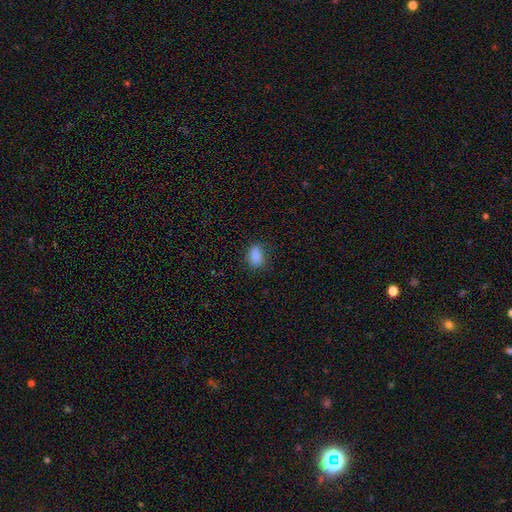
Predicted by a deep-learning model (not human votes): This appears to be a smooth galaxy with no disk features (86%) that is in between round and cigar-shaped (82%). Merging: none (74%).